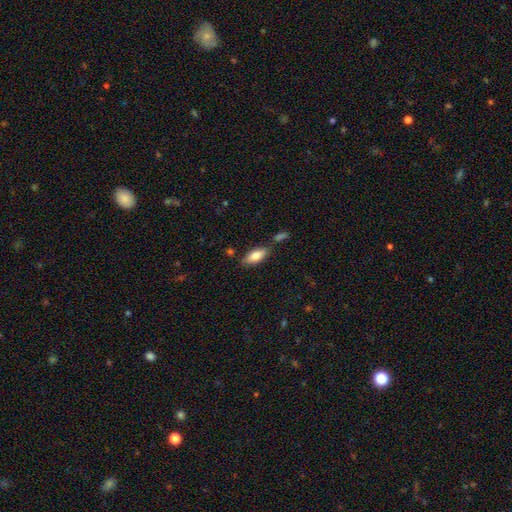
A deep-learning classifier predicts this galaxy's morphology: Smooth or featured: smooth — 79% (featured or disk — 15%)
How rounded: in between — 79% (cigar-shaped — 19%)
Merging: none — 74% (minor disturbance — 13%)